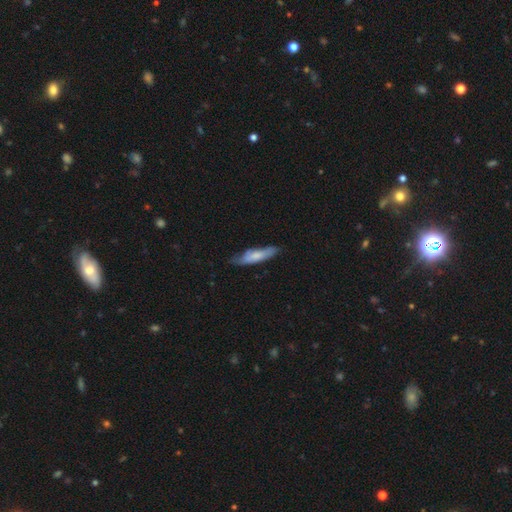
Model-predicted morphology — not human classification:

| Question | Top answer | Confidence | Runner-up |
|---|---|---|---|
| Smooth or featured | smooth | 66% | featured or disk (28%) |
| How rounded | cigar-shaped | 68% | in between (30%) |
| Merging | none | 63% | minor disturbance (28%) |